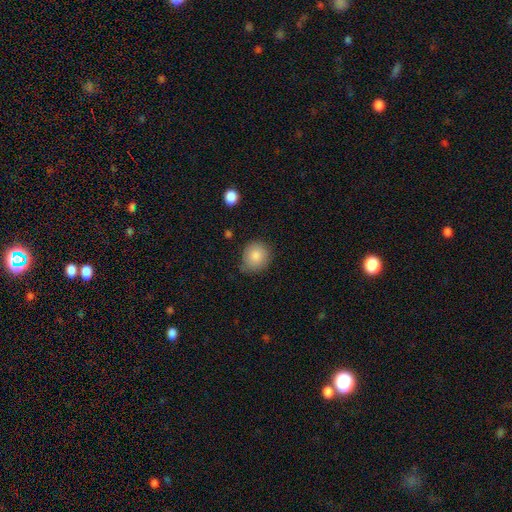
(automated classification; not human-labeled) smooth_or_featured: smooth (p=0.85) [alt: star or artifact p=0.08]
how_rounded: round (p=0.79) [alt: in between p=0.20]
merging: none (p=0.70) [alt: minor disturbance p=0.23]